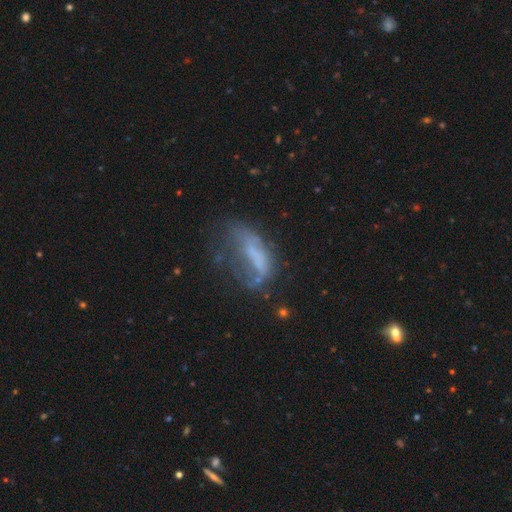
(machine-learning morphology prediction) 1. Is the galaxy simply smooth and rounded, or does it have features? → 44% featured or disk, 41% smooth, 15% star or artifact.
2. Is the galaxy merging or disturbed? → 40% major disturbance, 29% none, 23% minor disturbance, 8% merger.